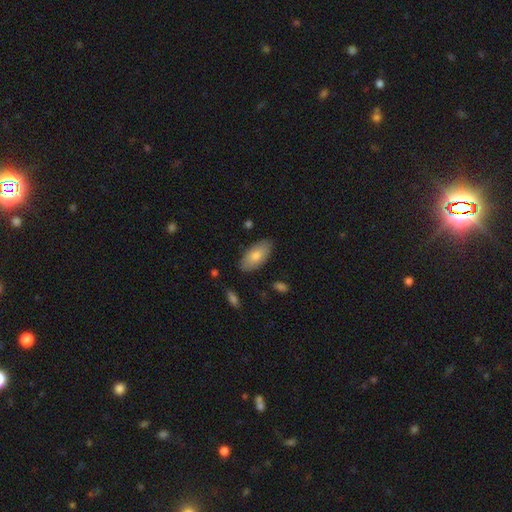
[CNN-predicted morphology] Overall: smooth (78%). How rounded: in between (93%). Merging: none (84%).